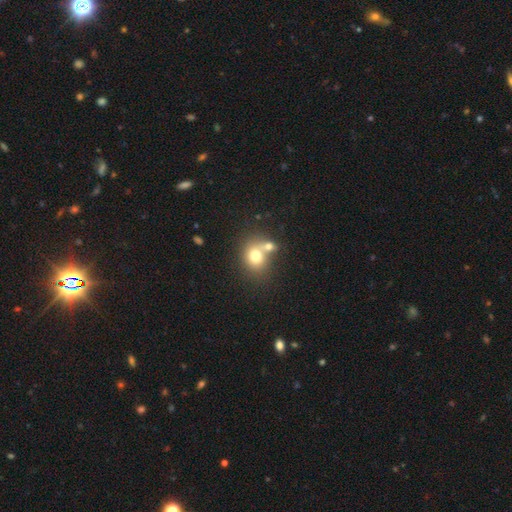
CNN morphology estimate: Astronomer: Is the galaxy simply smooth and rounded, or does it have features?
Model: smooth — 73%.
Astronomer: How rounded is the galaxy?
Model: round — 66%.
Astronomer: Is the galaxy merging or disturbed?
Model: merger — 45% (runner-up: none, 40%).